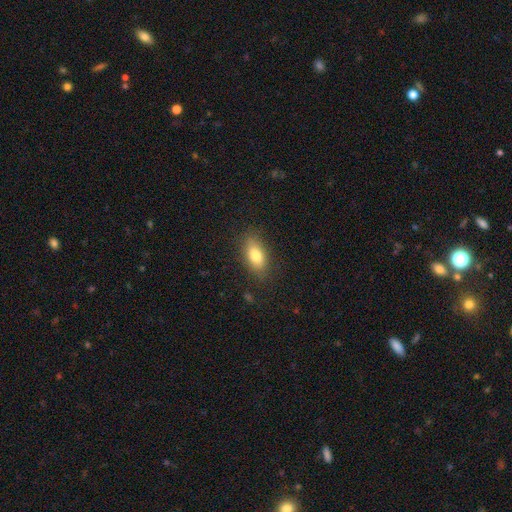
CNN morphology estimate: smooth 80%, featured or disk 12%, star or artifact 8%. Down the decision tree: how rounded — in between (85%); merging — none (83%).